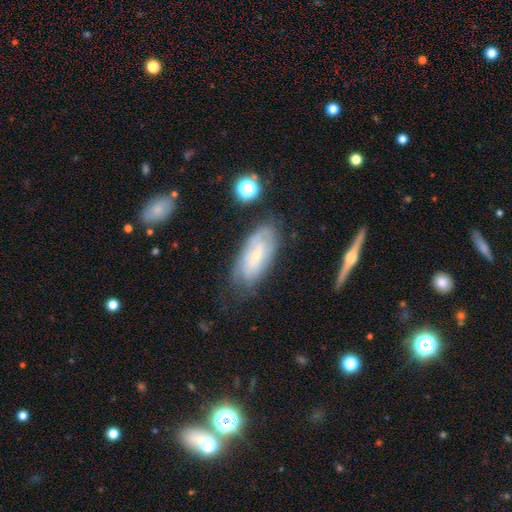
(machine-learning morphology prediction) A featured or disk galaxy (55%). Merging: none (67%).